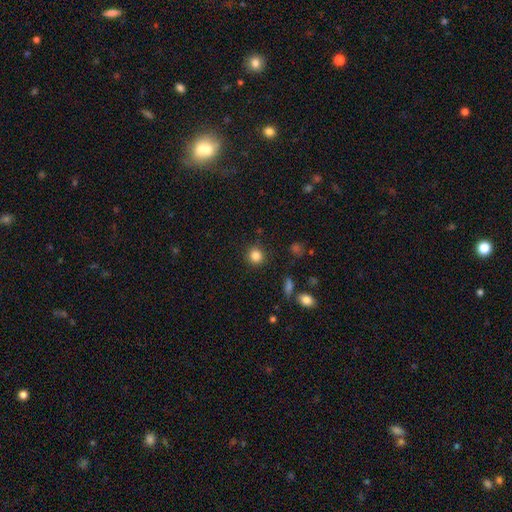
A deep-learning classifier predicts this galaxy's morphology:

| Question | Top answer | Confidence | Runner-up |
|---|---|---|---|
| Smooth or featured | smooth | 84% | star or artifact (11%) |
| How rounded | round | 91% | in between (8%) |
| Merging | none | 89% | minor disturbance (7%) |